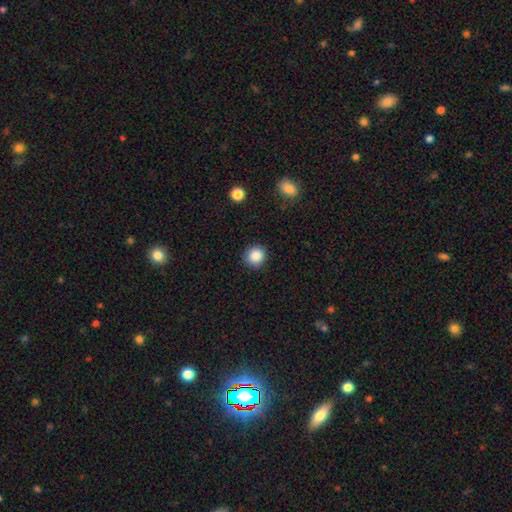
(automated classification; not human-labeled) Smooth or featured? Predicted: smooth (p=0.87). How rounded? Predicted: round (p=0.88). Merging? Predicted: none (p=0.89).